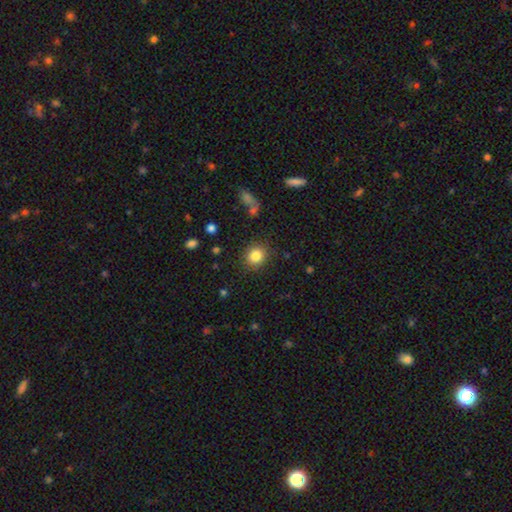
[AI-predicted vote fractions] smooth 84%, star or artifact 10%, featured or disk 6%. Down the decision tree: how rounded — round (82%); merging — none (87%).